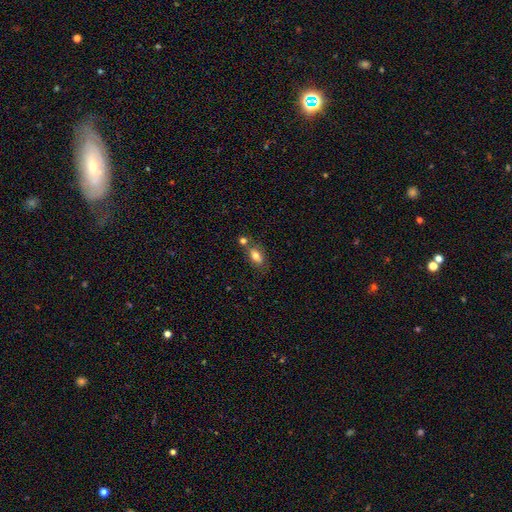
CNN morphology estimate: A smooth galaxy with no disk features (73%) that is in between round and cigar-shaped (83%).

Vote fractions:
- Smooth or featured? smooth: 73% / featured or disk: 17% / star or artifact: 10%
- How rounded? in between: 83% / round: 12% / cigar-shaped: 6%
- Merging? none: 56% / merger: 25% / minor disturbance: 15% / major disturbance: 5%